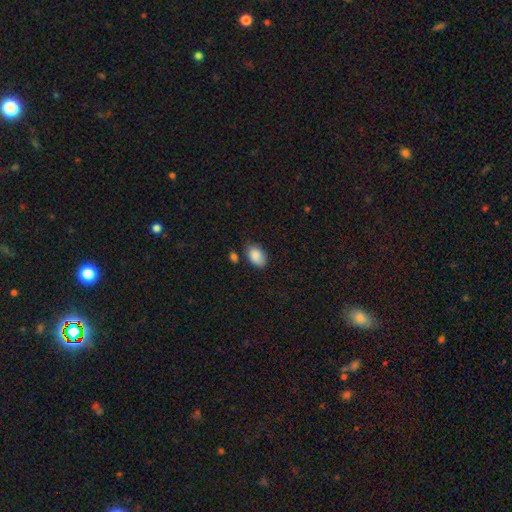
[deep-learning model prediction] Smooth or featured? smooth (88%)
How rounded? in between (90%)
Merging? none (70%)